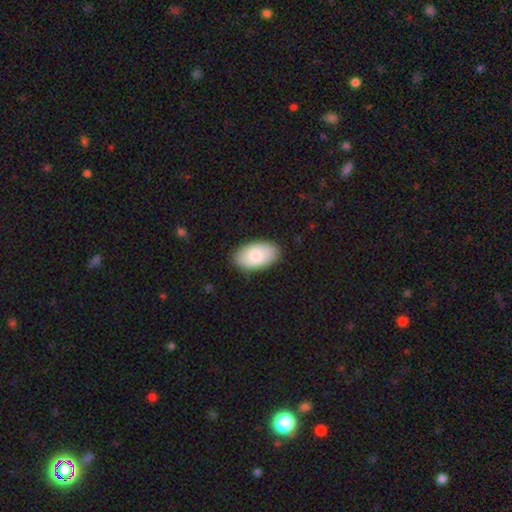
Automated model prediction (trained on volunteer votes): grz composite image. It shows a smooth galaxy with no disk features (82%) that is in between round and cigar-shaped (95%). Merging: none (87%).